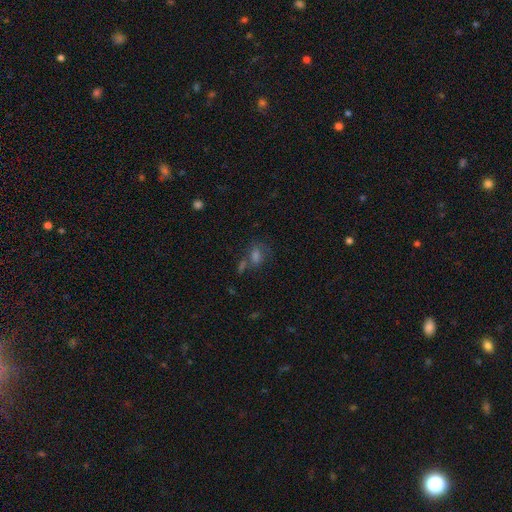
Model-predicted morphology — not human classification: The model was most divided on "smooth or featured": smooth: 54%, star or artifact: 30%, featured or disk: 16%. More confident: how rounded — in between (68%); merging — none (54%).